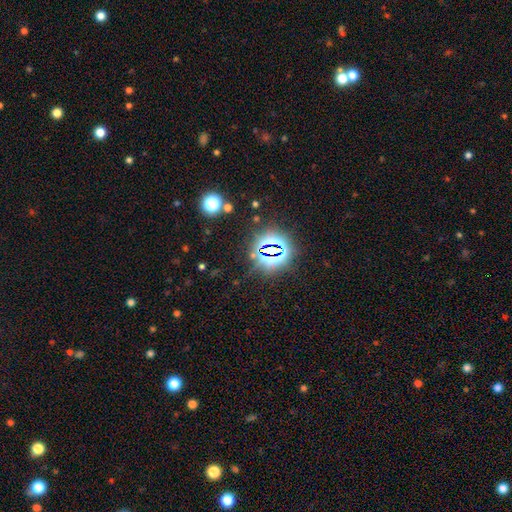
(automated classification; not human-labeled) Q: Smooth or featured?
A: star or artifact (79%); runner-up: smooth (13%)